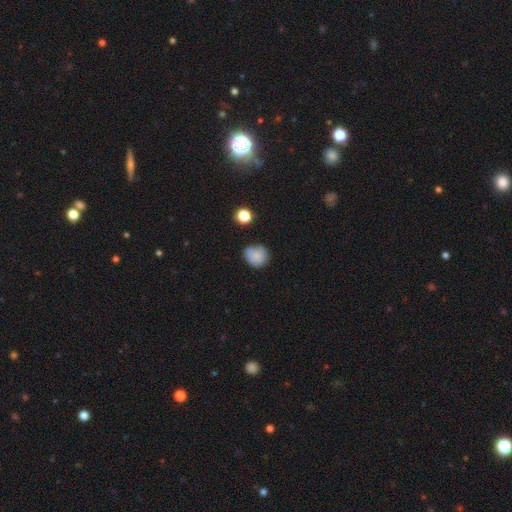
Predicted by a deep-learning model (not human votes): smooth 81%, star or artifact 10%, featured or disk 9%. Down the decision tree: how rounded — round (77%); merging — none (68%).